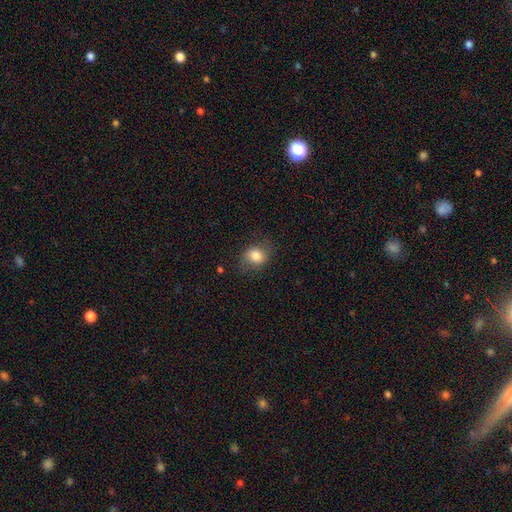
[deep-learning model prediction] smooth-or-featured: smooth: 80% | featured or disk: 10% | star or artifact: 10%
  how-rounded: round: 53% | in between: 46% | cigar-shaped: 1%
  merging: none: 74% | minor disturbance: 19% | major disturbance: 6% | merger: 1%